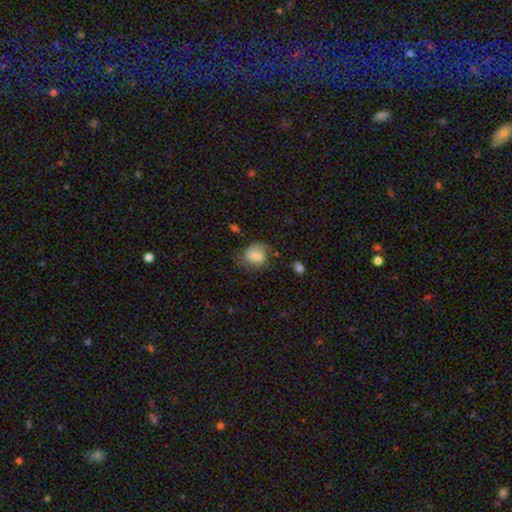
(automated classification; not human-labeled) Q: Smooth or featured?
A: smooth (63%); runner-up: featured or disk (29%)
Q: How rounded?
A: round (54%); runner-up: in between (45%)
Q: Merging?
A: none (56%); runner-up: minor disturbance (27%)